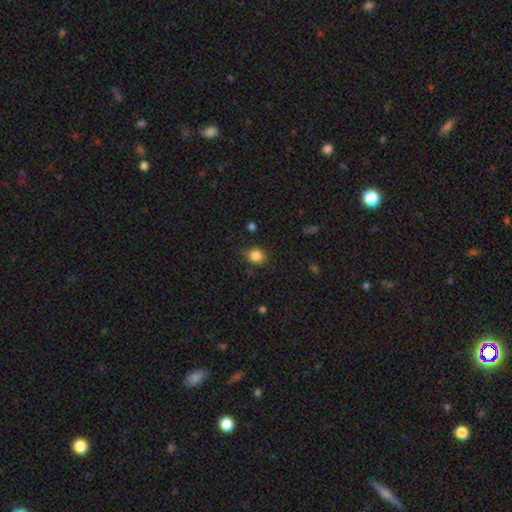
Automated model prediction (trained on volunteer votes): Morphology: type=smooth (85%); roundness=round (77%); merging=none (74%).